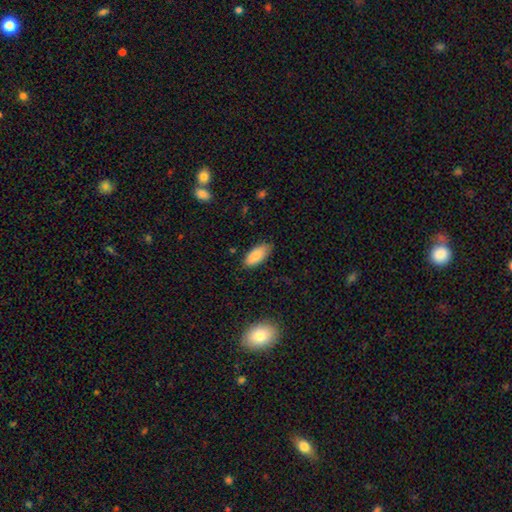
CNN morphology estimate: Overall: smooth (84%). How rounded: in between (88%). Merging: none (82%).